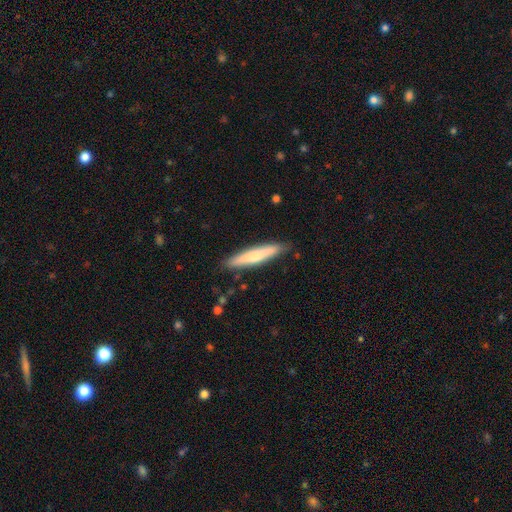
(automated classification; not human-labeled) smooth-or-featured: smooth: 64% | featured or disk: 31% | star or artifact: 5%
  how-rounded: cigar-shaped: 90% | in between: 9% | round: 1%
  merging: none: 86% | minor disturbance: 11% | major disturbance: 2% | merger: 1%